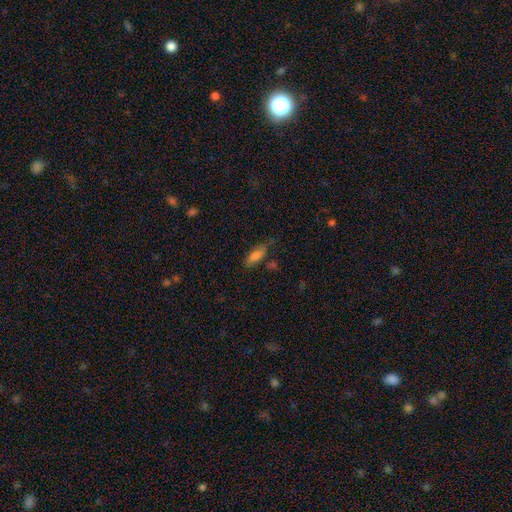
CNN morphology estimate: Smooth or featured? Predicted: smooth (p=0.77). How rounded? Predicted: in between (p=0.67). Merging? Predicted: none (p=0.65).